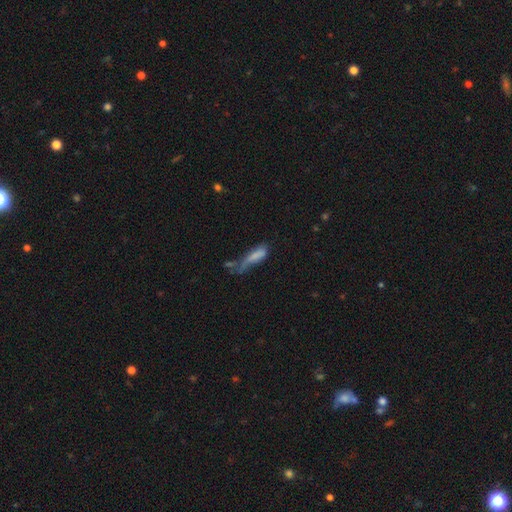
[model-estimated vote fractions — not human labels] smooth 68%, featured or disk 22%, star or artifact 10%. Down the decision tree: how rounded — cigar-shaped (56%); merging — major disturbance (31%).